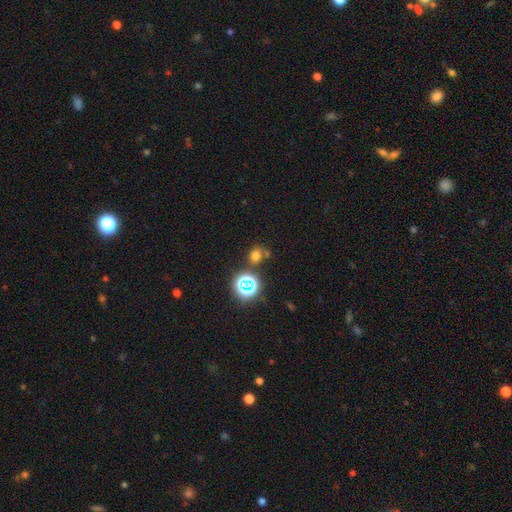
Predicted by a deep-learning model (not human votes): smooth_or_featured: smooth (p=0.66) [alt: star or artifact p=0.27]
how_rounded: round (p=0.74) [alt: in between p=0.25]
merging: none (p=0.66) [alt: merger p=0.15]